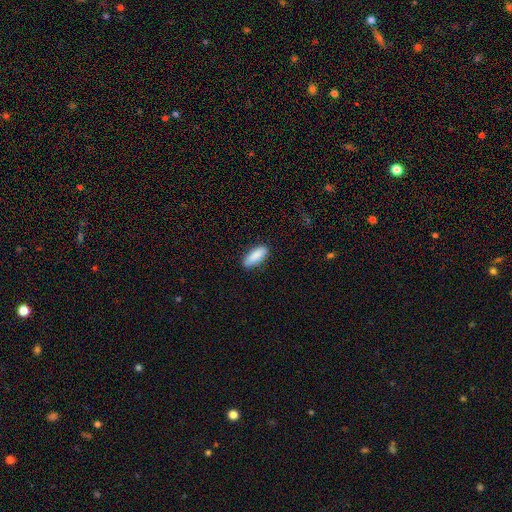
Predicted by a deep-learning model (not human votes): Overall: smooth (88%). How rounded: in between (70%). Merging: none (84%).